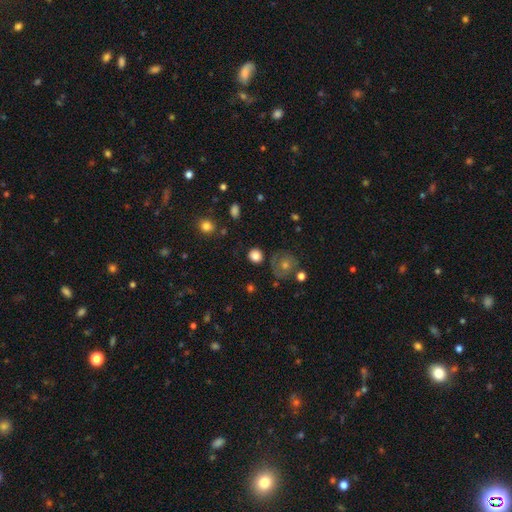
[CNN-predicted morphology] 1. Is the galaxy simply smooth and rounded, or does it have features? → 80% smooth, 12% star or artifact, 8% featured or disk.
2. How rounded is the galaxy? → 85% round, 14% in between, 1% cigar-shaped.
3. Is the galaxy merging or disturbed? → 78% none, 13% minor disturbance, 6% major disturbance, 3% merger.